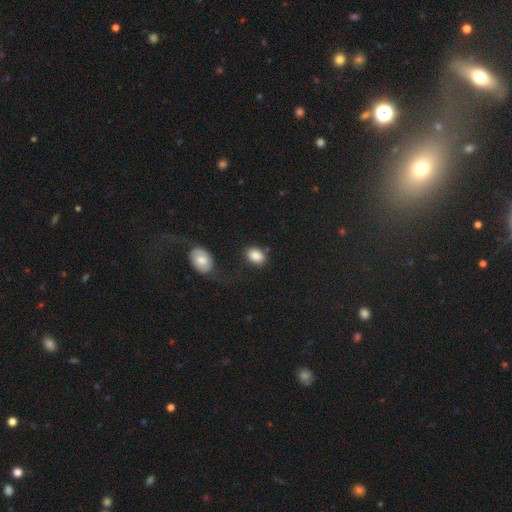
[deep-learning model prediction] Smooth or featured?
  - smooth: 86% *
  - star or artifact: 8%
  - featured or disk: 6%
How rounded?
  - in between: 72% *
  - round: 27%
  - cigar-shaped: 1%
Merging?
  - none: 76% *
  - minor disturbance: 13%
  - merger: 6%
  - major disturbance: 4%